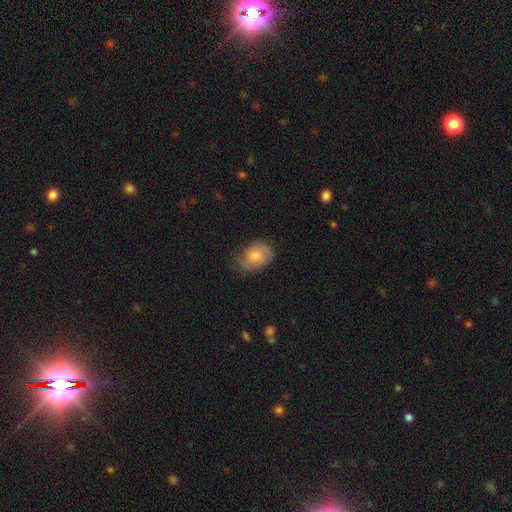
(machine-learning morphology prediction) Q: Smooth or featured?
A: smooth (59%); runner-up: featured or disk (34%)
Q: How rounded?
A: in between (69%); runner-up: round (29%)
Q: Merging?
A: none (61%); runner-up: minor disturbance (28%)